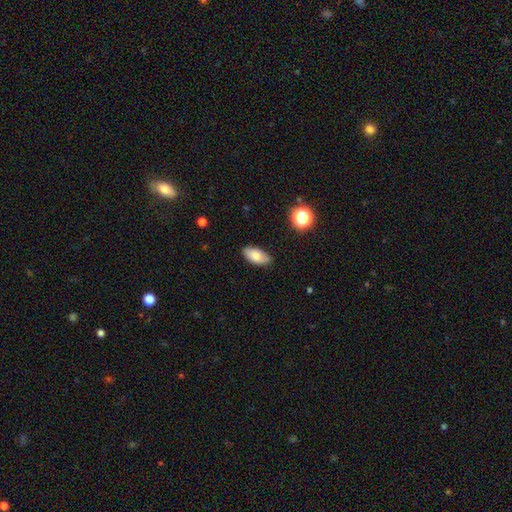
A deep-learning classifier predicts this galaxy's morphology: Overall: smooth (79%). How rounded: in between (91%). Merging: none (82%).